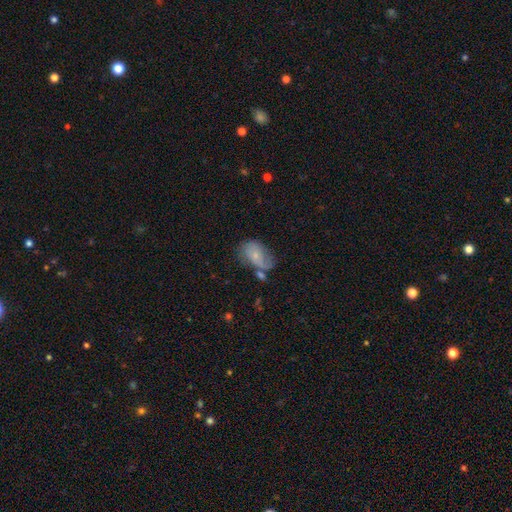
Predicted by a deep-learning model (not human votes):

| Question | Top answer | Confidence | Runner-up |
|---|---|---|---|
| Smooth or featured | smooth | 60% | featured or disk (32%) |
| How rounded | in between | 87% | round (11%) |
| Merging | none | 37% | minor disturbance (30%) |